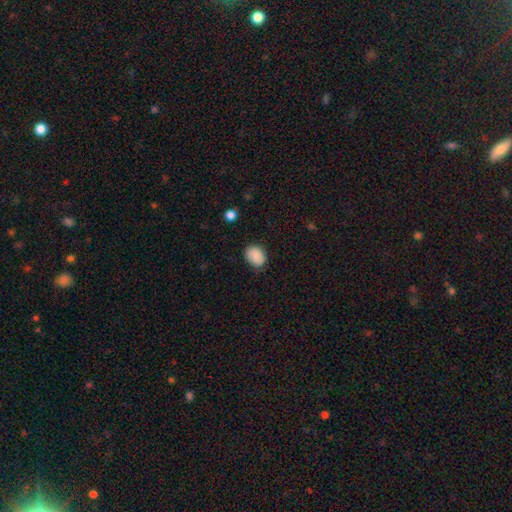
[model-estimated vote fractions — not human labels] Smooth or featured: smooth — 88% (star or artifact — 7%)
How rounded: in between — 59% (round — 40%)
Merging: none — 75% (minor disturbance — 19%)